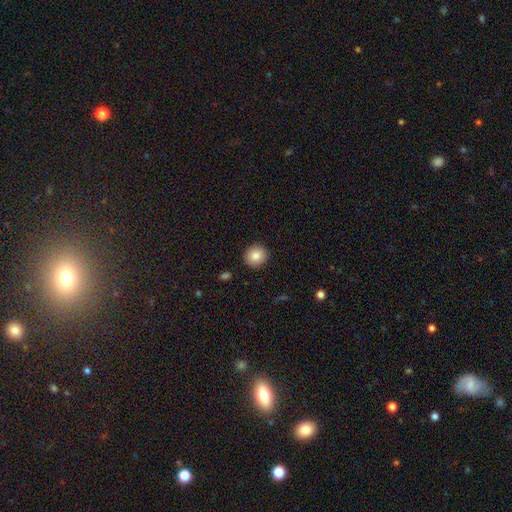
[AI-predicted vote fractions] Q: Smooth or featured?
A: smooth (84%); runner-up: star or artifact (9%)
Q: How rounded?
A: round (92%); runner-up: in between (7%)
Q: Merging?
A: none (92%); runner-up: minor disturbance (6%)